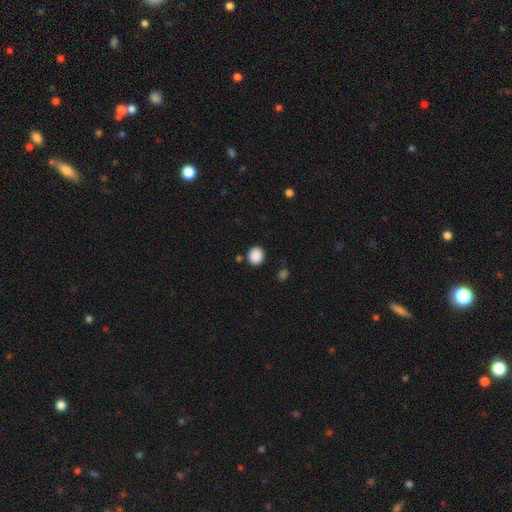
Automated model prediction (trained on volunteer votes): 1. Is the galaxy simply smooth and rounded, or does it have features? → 89% smooth, 9% star or artifact, 3% featured or disk.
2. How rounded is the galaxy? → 69% round, 30% in between, 1% cigar-shaped.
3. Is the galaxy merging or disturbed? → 86% none, 8% minor disturbance, 3% merger, 3% major disturbance.